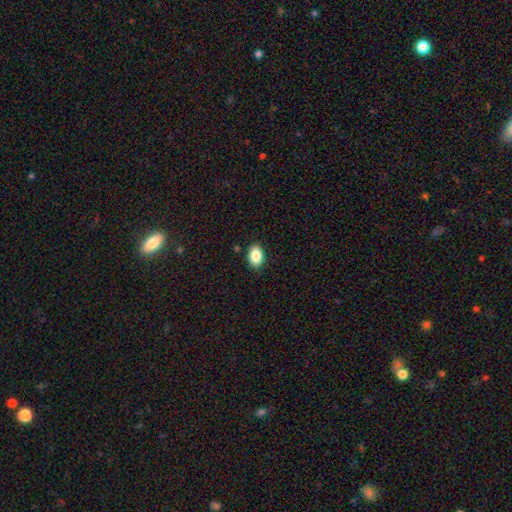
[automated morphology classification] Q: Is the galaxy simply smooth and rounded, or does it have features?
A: smooth — 87%.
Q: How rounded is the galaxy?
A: in between — 84%.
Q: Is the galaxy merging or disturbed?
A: none — 88%.